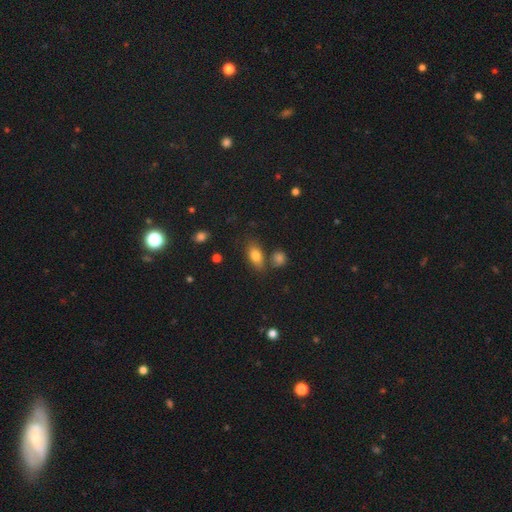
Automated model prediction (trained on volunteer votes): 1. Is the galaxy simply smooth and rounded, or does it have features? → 80% smooth, 10% featured or disk, 9% star or artifact.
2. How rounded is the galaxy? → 86% in between, 8% round, 6% cigar-shaped.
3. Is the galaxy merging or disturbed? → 70% none, 14% minor disturbance, 12% merger, 4% major disturbance.